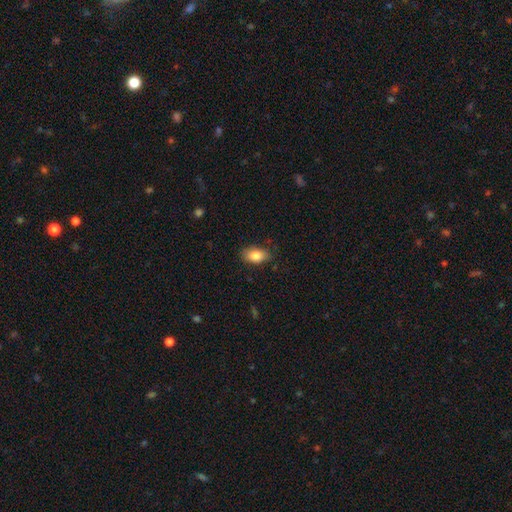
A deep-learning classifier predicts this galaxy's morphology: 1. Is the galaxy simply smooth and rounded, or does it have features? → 84% smooth, 9% featured or disk, 7% star or artifact.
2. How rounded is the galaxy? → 90% in between, 8% round, 2% cigar-shaped.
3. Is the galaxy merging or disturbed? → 82% none, 14% minor disturbance, 3% major disturbance, 1% merger.